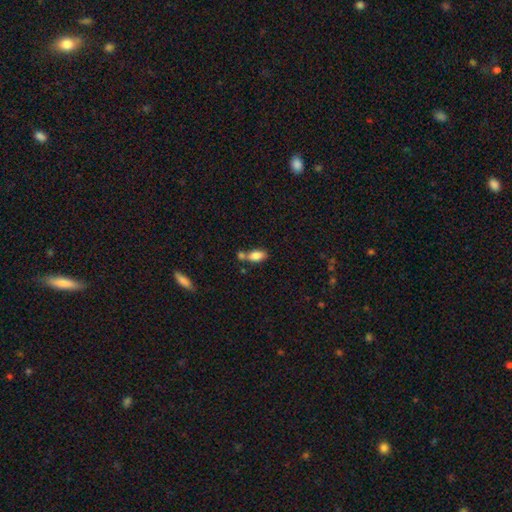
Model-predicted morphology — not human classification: smooth-or-featured: smooth: 83% | featured or disk: 9% | star or artifact: 8%
  how-rounded: in between: 90% | cigar-shaped: 5% | round: 5%
  merging: none: 47% | merger: 35% | minor disturbance: 13% | major disturbance: 4%